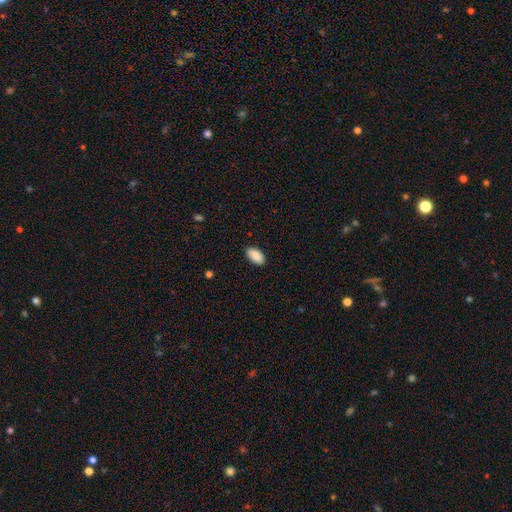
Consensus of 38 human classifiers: smooth_or_featured: smooth (p=0.89) [alt: featured or disk p=0.05]
how_rounded: in between (p=0.97) [alt: cigar-shaped p=0.03]
merging: none (p=0.83) [alt: minor disturbance p=0.14]